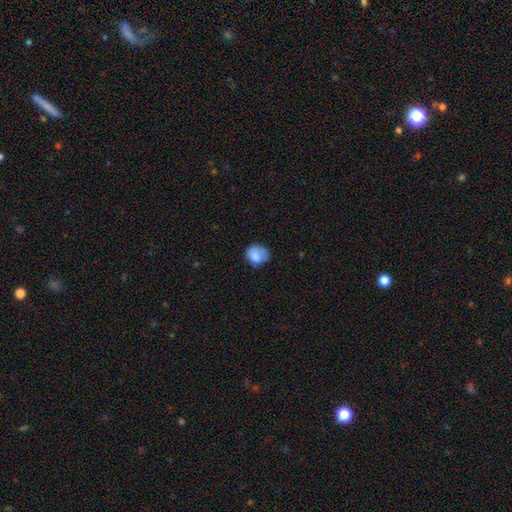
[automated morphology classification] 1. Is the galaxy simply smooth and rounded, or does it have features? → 77% smooth, 14% featured or disk, 9% star or artifact.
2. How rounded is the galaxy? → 57% round, 42% in between, 1% cigar-shaped.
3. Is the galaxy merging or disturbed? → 46% none, 34% minor disturbance, 15% major disturbance, 4% merger.